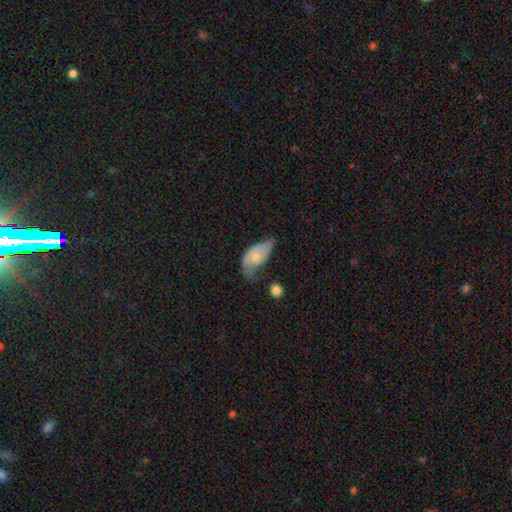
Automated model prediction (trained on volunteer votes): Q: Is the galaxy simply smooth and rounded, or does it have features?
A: featured or disk — 47%.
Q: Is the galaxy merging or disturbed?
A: minor disturbance — 37%.